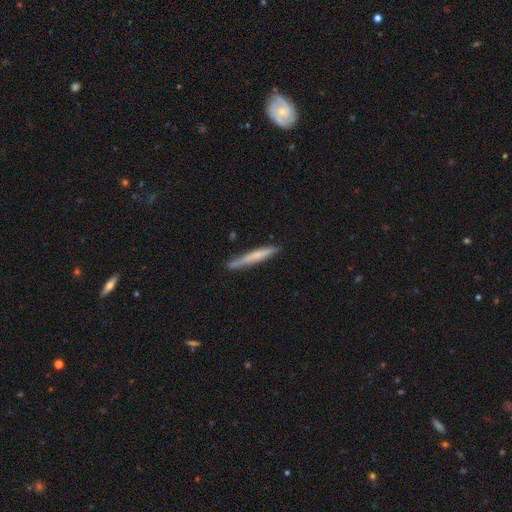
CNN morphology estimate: Overall: smooth (59%; featured or disk 36%). How rounded: cigar-shaped (96%). Merging: none (83%).